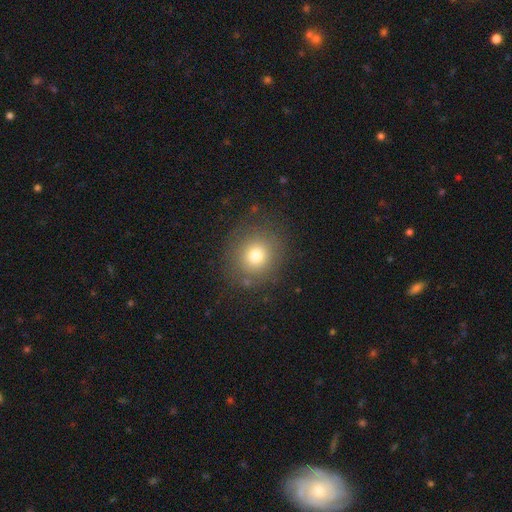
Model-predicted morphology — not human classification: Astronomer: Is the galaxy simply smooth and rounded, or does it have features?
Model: smooth — 74%.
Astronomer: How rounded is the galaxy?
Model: round — 89%.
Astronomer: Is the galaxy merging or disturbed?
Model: none — 83%.